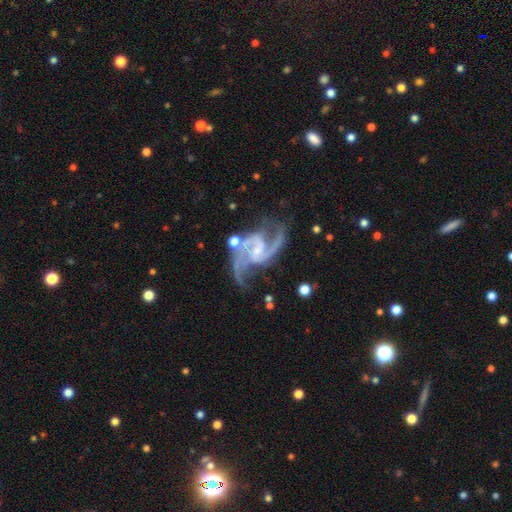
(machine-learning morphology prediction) This is clearly a featured or disk galaxy (93%). It is clearly not viewed edge-on (98%). Bar: possibly weak (47%). Spiral arm pattern: clearly yes (98%). Spiral arm count: clearly 2 (86%). Spiral winding: possibly medium (57%). Central bulge: possibly small (60%). Merging: likely none (61%).